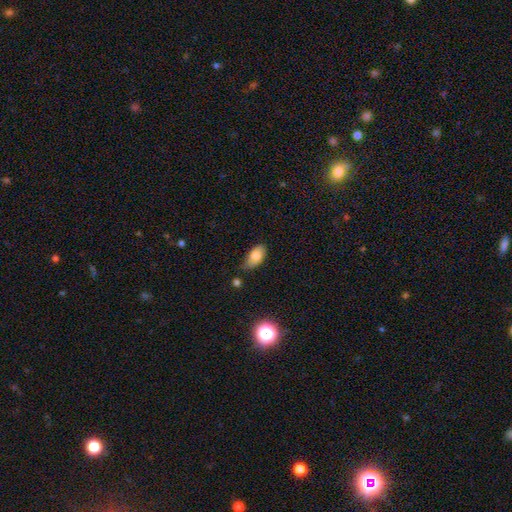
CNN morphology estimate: smooth 81%, featured or disk 11%, star or artifact 8%. Down the decision tree: how rounded — in between (92%); merging — none (61%).